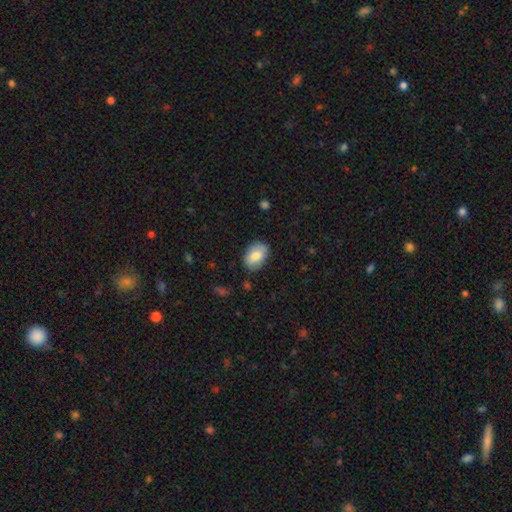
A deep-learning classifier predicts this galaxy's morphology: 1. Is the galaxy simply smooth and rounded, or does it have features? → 77% smooth, 16% featured or disk, 7% star or artifact.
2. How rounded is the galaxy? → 84% in between, 15% round, 1% cigar-shaped.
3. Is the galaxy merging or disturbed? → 79% none, 16% minor disturbance, 4% major disturbance, 1% merger.